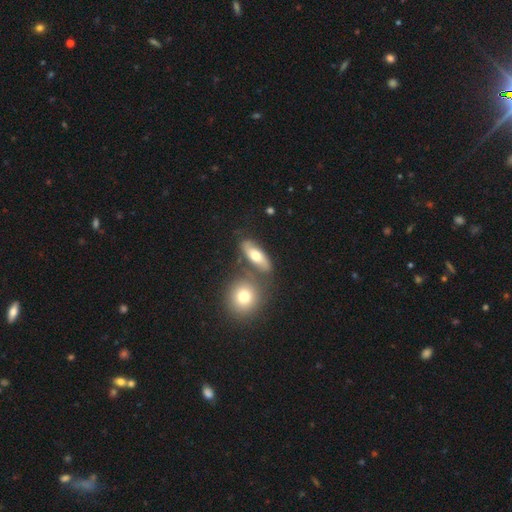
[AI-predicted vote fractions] Smooth or featured?
  - smooth: 60% *
  - featured or disk: 32%
  - star or artifact: 8%
How rounded?
  - in between: 70% *
  - cigar-shaped: 21%
  - round: 9%
Merging?
  - none: 61% *
  - merger: 20%
  - minor disturbance: 13%
  - major disturbance: 5%